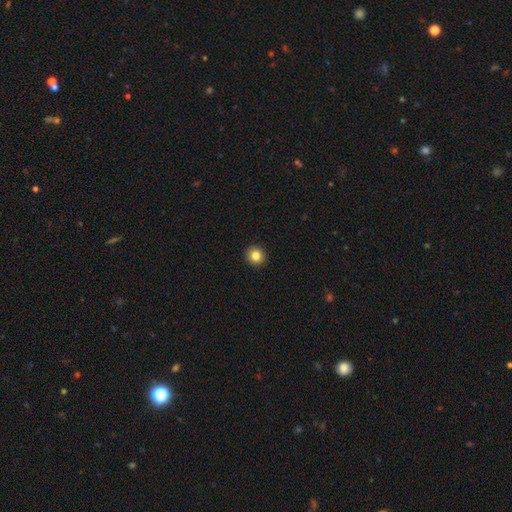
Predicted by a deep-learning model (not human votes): smooth_or_featured: smooth (p=0.83) [alt: star or artifact p=0.10]
how_rounded: round (p=0.91) [alt: in between p=0.08]
merging: none (p=0.93) [alt: minor disturbance p=0.04]